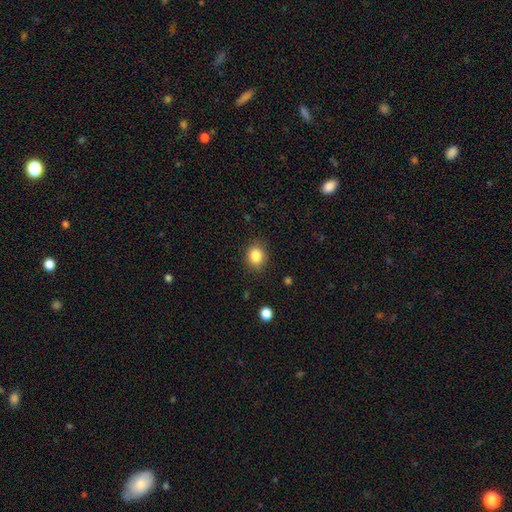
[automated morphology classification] Q: Smooth or featured?
A: smooth (84%); runner-up: star or artifact (10%)
Q: How rounded?
A: round (60%); runner-up: in between (39%)
Q: Merging?
A: none (84%); runner-up: minor disturbance (12%)